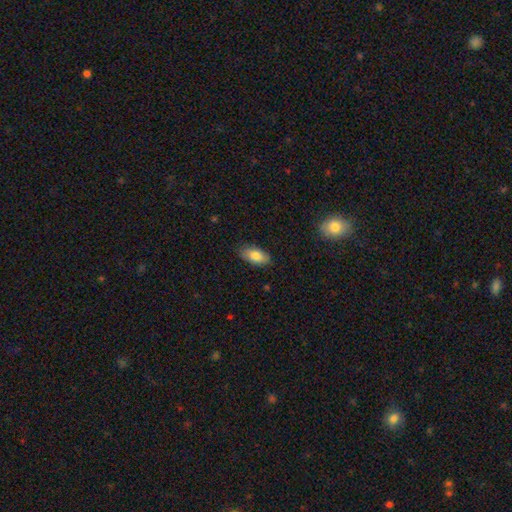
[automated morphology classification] Smooth or featured?
  - smooth: 83% *
  - featured or disk: 11%
  - star or artifact: 7%
How rounded?
  - in between: 91% *
  - cigar-shaped: 7%
  - round: 3%
Merging?
  - none: 84% *
  - minor disturbance: 12%
  - major disturbance: 2%
  - merger: 1%